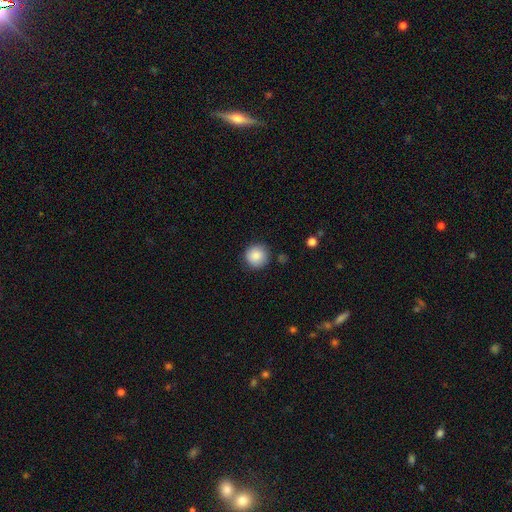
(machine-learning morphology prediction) Smooth or featured?
  - smooth: 87% *
  - star or artifact: 8%
  - featured or disk: 5%
How rounded?
  - round: 95% *
  - in between: 4%
  - cigar-shaped: 1%
Merging?
  - none: 87% *
  - minor disturbance: 8%
  - major disturbance: 2%
  - merger: 2%